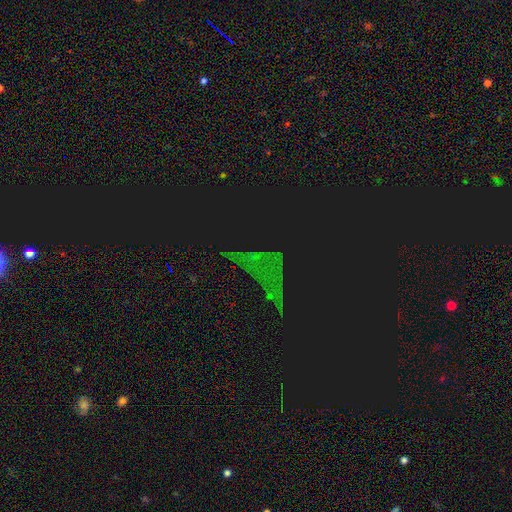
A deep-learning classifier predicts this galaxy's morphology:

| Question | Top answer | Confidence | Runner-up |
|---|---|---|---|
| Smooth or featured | star or artifact | 68% | featured or disk (16%) |